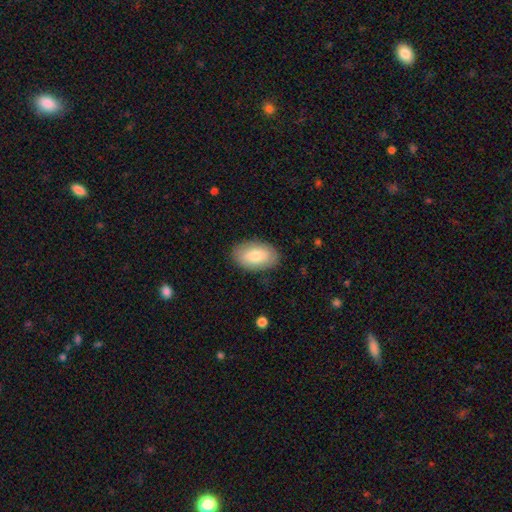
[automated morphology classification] The model was most divided on "smooth or featured": smooth: 78%, featured or disk: 16%, star or artifact: 6%. More confident: how rounded — in between (93%); merging — none (86%).